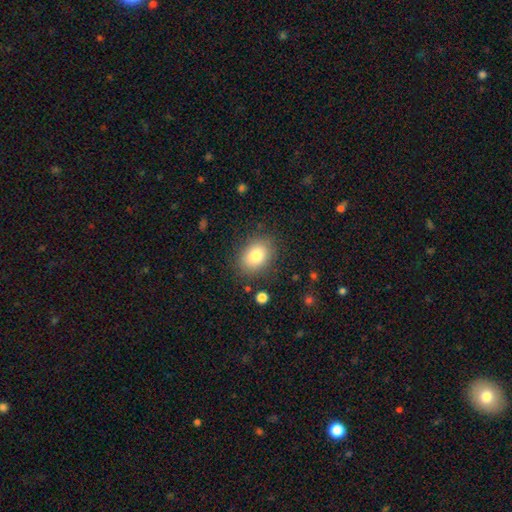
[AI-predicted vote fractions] Q: Smooth or featured?
A: smooth (80%); runner-up: featured or disk (11%)
Q: How rounded?
A: in between (68%); runner-up: round (31%)
Q: Merging?
A: none (83%); runner-up: minor disturbance (11%)